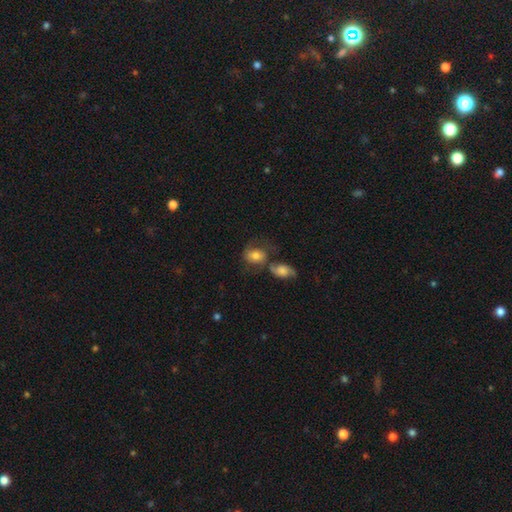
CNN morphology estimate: Smooth or featured: smooth — 59% (featured or disk — 32%)
How rounded: in between — 64% (round — 34%)
Merging: merger — 36% (none — 35%)